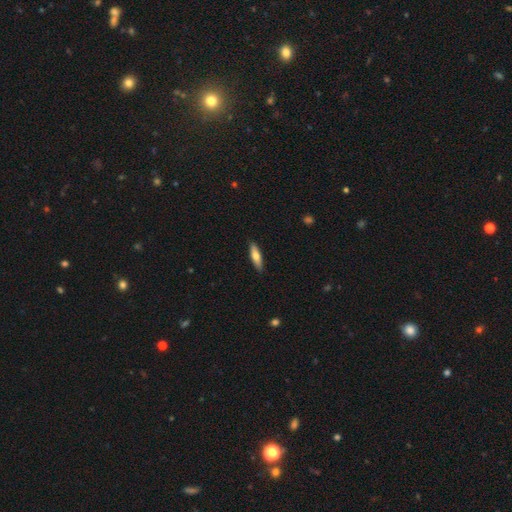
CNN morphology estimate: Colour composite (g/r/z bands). It shows a smooth galaxy with no disk features (66%) that is cigar-shaped (65%). Merging: none (90%).